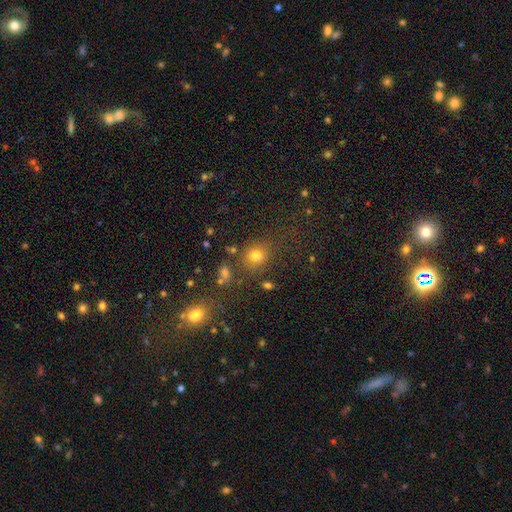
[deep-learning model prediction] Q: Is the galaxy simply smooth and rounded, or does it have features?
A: smooth — 73%.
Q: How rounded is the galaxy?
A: round — 74%.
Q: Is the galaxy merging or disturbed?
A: none — 70%.